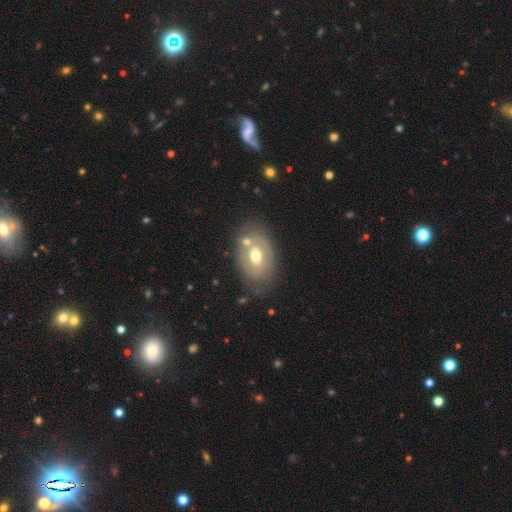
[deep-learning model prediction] A smooth galaxy with no disk features (48%). Merging: none (60%).